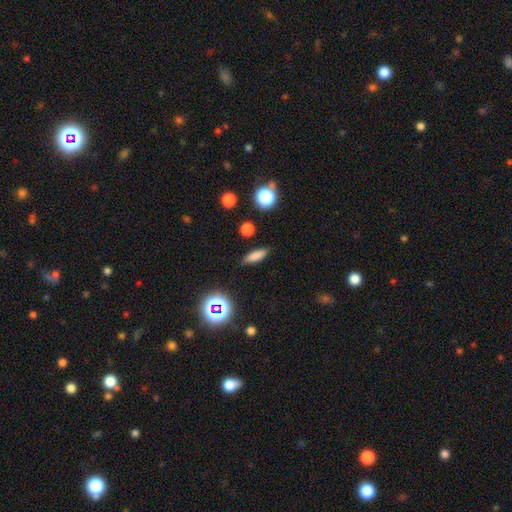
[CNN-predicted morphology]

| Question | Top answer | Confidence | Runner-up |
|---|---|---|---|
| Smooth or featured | smooth | 77% | star or artifact (13%) |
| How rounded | cigar-shaped | 53% | in between (41%) |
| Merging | none | 85% | minor disturbance (10%) |